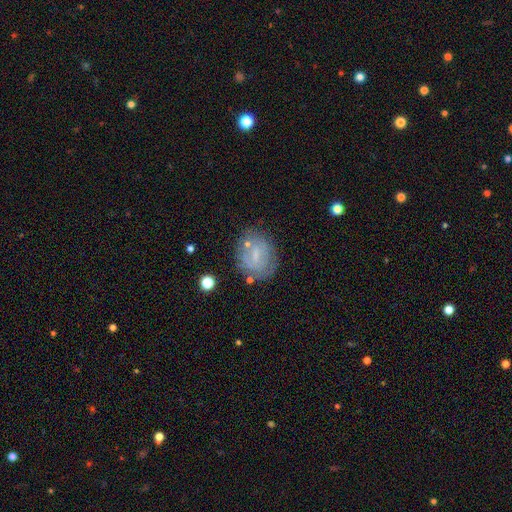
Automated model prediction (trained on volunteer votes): The model was most divided on "smooth or featured": featured or disk: 51%, smooth: 39%, star or artifact: 10%. More confident: edge-on disk — no (96%); merging — none (66%).